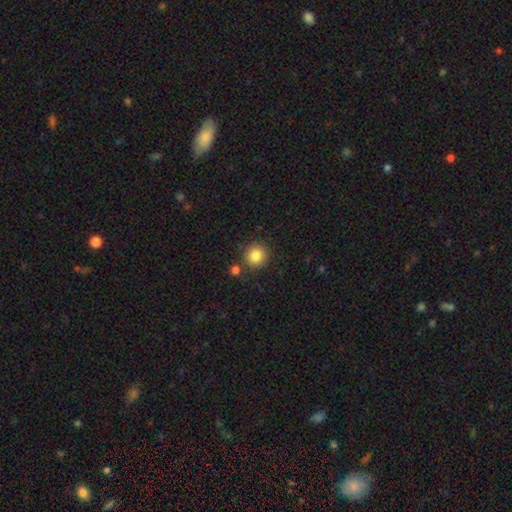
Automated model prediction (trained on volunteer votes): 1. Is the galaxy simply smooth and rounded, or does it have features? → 85% smooth, 10% star or artifact, 5% featured or disk.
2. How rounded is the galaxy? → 93% round, 7% in between, 1% cigar-shaped.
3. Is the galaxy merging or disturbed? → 84% none, 8% minor disturbance, 6% merger, 3% major disturbance.